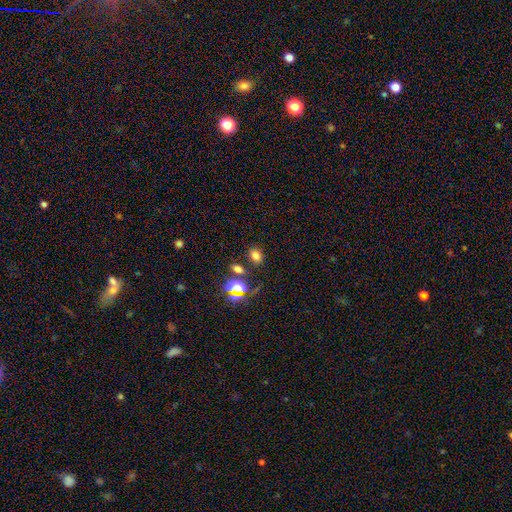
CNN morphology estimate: smooth-or-featured: smooth: 71% | star or artifact: 22% | featured or disk: 7%
  how-rounded: in between: 65% | round: 33% | cigar-shaped: 1%
  merging: none: 77% | minor disturbance: 10% | merger: 9% | major disturbance: 4%